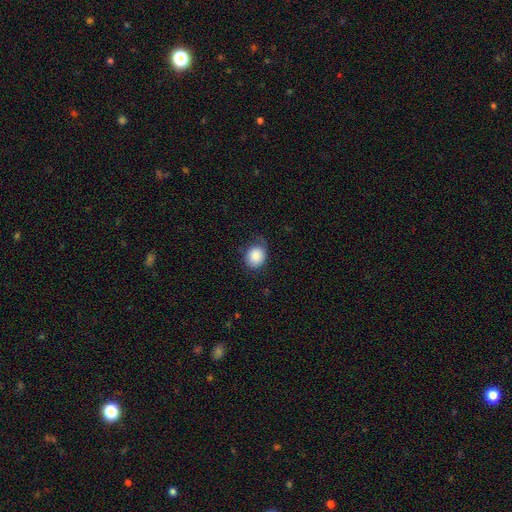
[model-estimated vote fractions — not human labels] This is clearly a smooth galaxy (86%). How rounded: likely round (63%). Merging: likely none (60%).